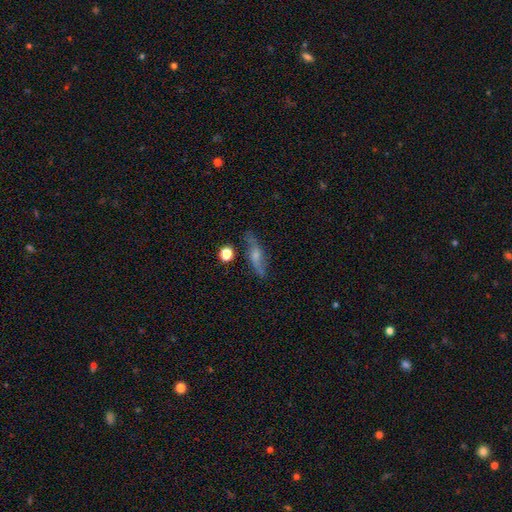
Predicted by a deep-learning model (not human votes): Morphology: type=featured or disk (63%); edge-on=no (65%); merging=none (75%).